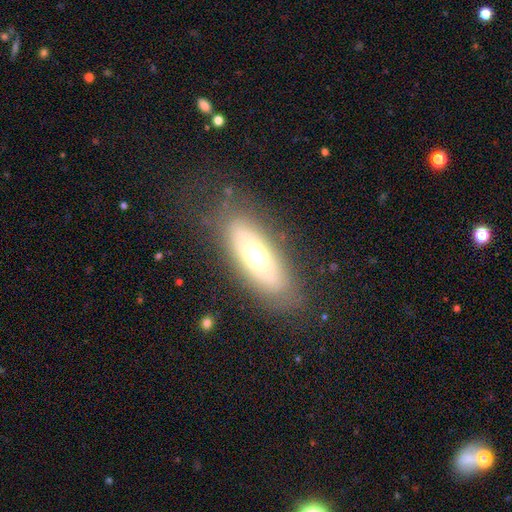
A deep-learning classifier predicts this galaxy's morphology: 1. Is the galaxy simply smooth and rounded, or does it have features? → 50% smooth, 43% featured or disk, 8% star or artifact.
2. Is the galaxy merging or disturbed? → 76% none, 15% minor disturbance, 8% major disturbance, 1% merger.